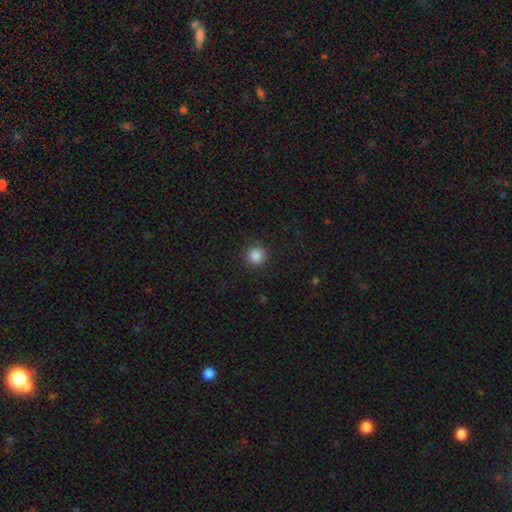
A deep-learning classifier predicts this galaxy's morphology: Overall: smooth (86%). How rounded: round (95%). Merging: none (92%).